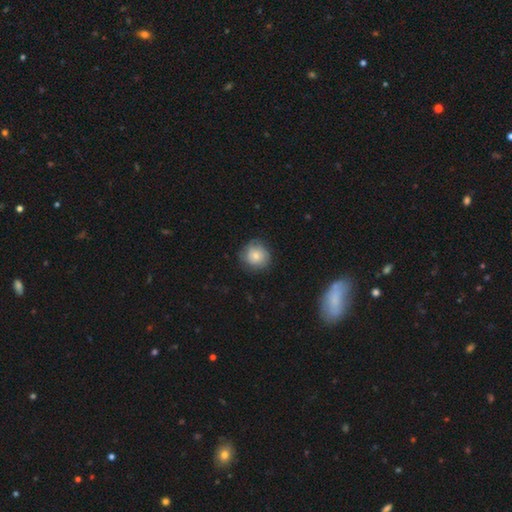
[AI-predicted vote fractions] smooth_or_featured: smooth (p=0.65) [alt: featured or disk p=0.27]
how_rounded: round (p=0.89) [alt: in between p=0.10]
merging: none (p=0.72) [alt: minor disturbance p=0.20]